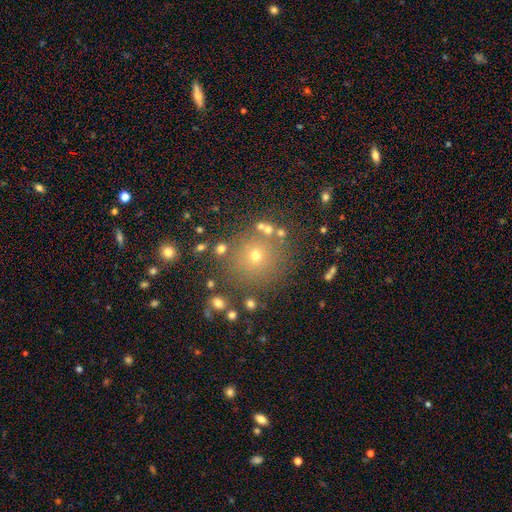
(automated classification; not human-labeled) Smooth or featured: smooth — 63% (star or artifact — 25%)
How rounded: round — 93% (in between — 6%)
Merging: none — 81% (minor disturbance — 9%)